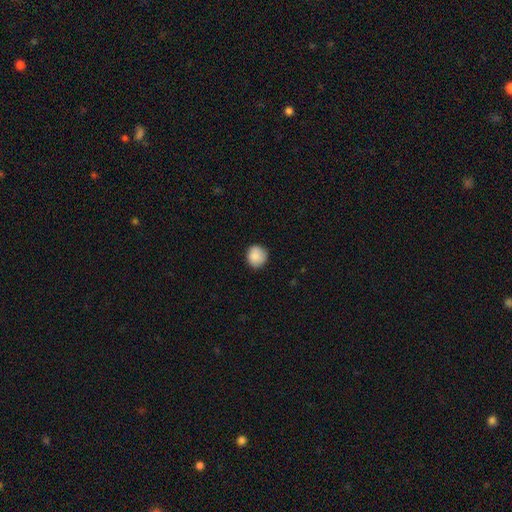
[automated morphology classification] This is clearly a smooth galaxy (88%). How rounded: clearly round (91%). Merging: clearly none (87%).